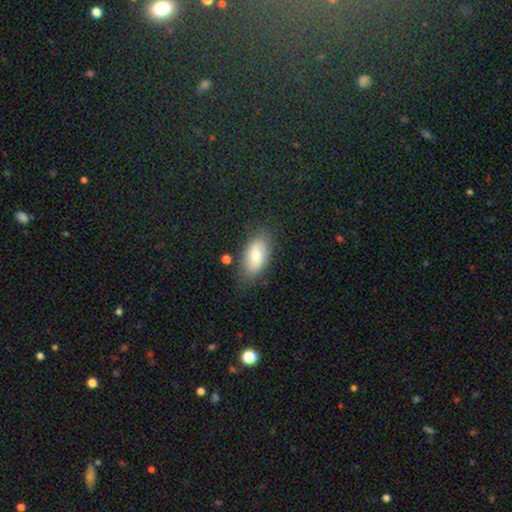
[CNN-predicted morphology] Smooth or featured?
  - smooth: 78% *
  - featured or disk: 15%
  - star or artifact: 7%
How rounded?
  - in between: 92% *
  - round: 4%
  - cigar-shaped: 4%
Merging?
  - none: 78% *
  - minor disturbance: 15%
  - major disturbance: 4%
  - merger: 3%